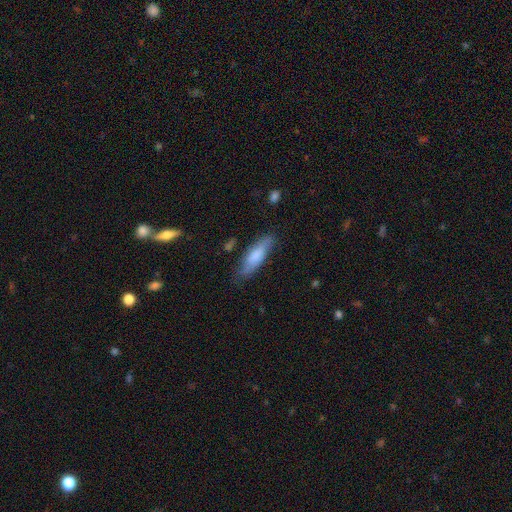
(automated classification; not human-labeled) This appears to be a smooth galaxy with no disk features (71%) that is cigar-shaped (50%). Merging: none (71%).